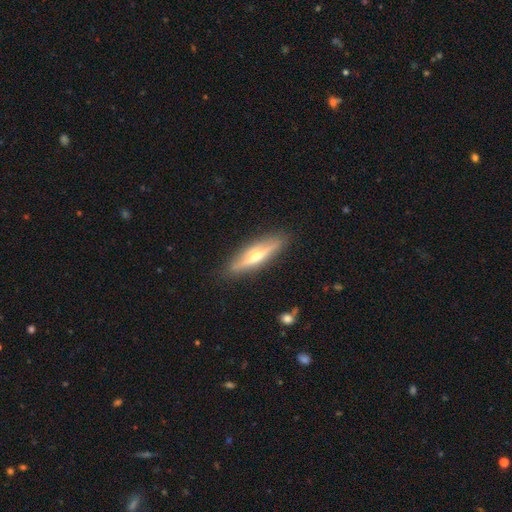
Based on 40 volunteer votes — This is likely a featured or disk galaxy (75%). It is clearly viewed edge-on (97%). Edge-on bulge: clearly rounded (100%). Merging: clearly none (97%).